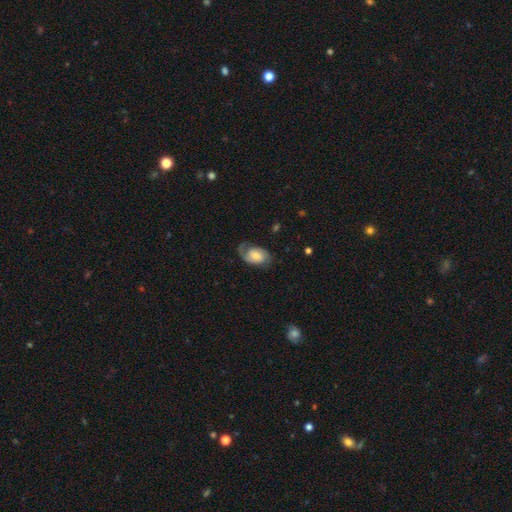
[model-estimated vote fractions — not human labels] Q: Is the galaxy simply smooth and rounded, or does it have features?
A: featured or disk — 65%.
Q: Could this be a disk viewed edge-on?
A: no — 96%.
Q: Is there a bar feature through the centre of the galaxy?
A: no — 60%.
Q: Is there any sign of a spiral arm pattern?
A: yes — 91%.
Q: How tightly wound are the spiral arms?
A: medium — 43%.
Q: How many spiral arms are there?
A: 2 — 70%.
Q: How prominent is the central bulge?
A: moderate — 43%.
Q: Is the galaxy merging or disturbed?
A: none — 62%.